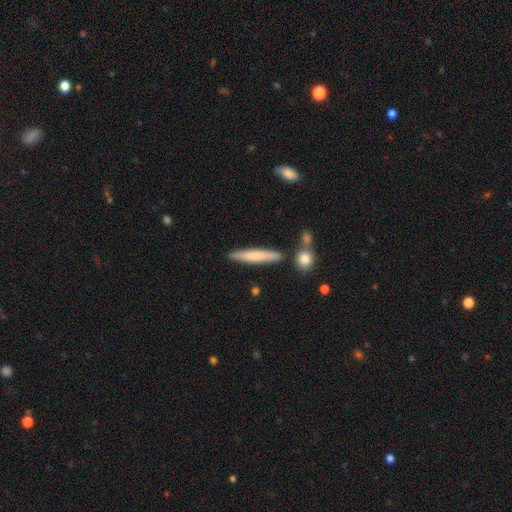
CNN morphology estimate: Smooth or featured?
  - smooth: 71% *
  - featured or disk: 24%
  - star or artifact: 6%
How rounded?
  - cigar-shaped: 92% *
  - in between: 7%
  - round: 1%
Merging?
  - none: 81% *
  - minor disturbance: 11%
  - merger: 6%
  - major disturbance: 2%